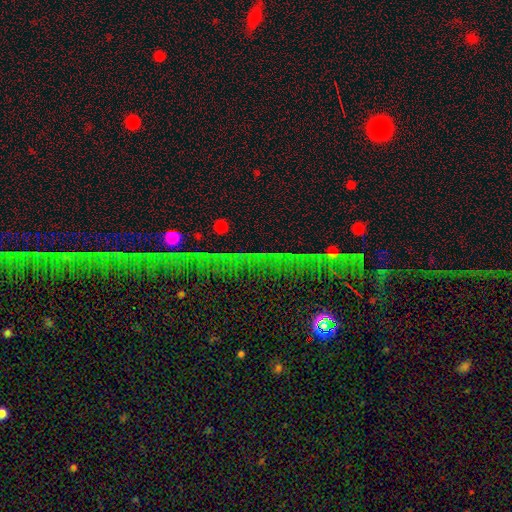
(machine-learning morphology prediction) A star or artifact, not a galaxy (70%).

Vote fractions:
- Smooth or featured? star or artifact: 70% / smooth: 15% / featured or disk: 15%